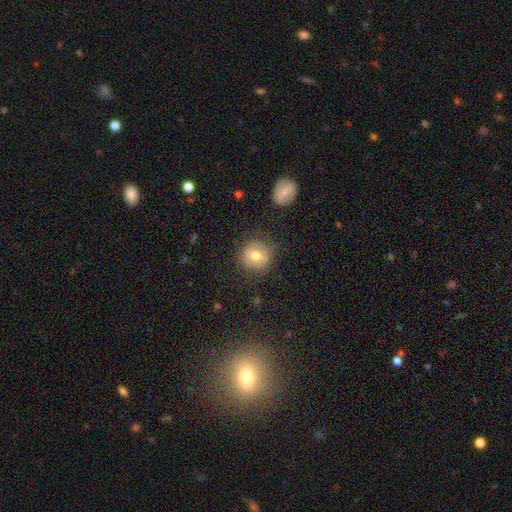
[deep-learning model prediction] smooth-or-featured: smooth: 70% | featured or disk: 21% | star or artifact: 9%
  how-rounded: round: 90% | in between: 9% | cigar-shaped: 1%
  merging: none: 80% | minor disturbance: 14% | major disturbance: 5% | merger: 2%